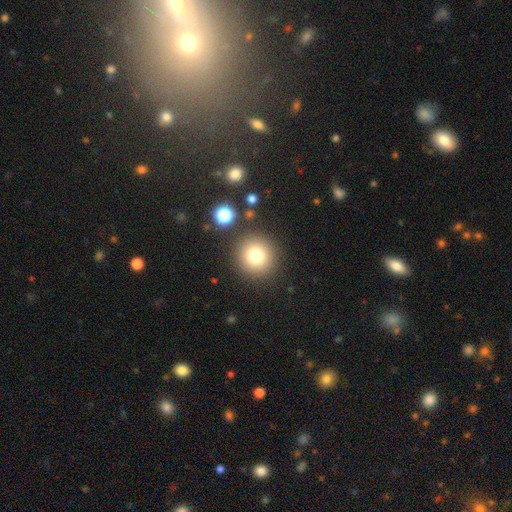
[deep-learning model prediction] smooth_or_featured: smooth (p=0.77) [alt: star or artifact p=0.13]
how_rounded: round (p=0.94) [alt: in between p=0.06]
merging: none (p=0.87) [alt: minor disturbance p=0.07]